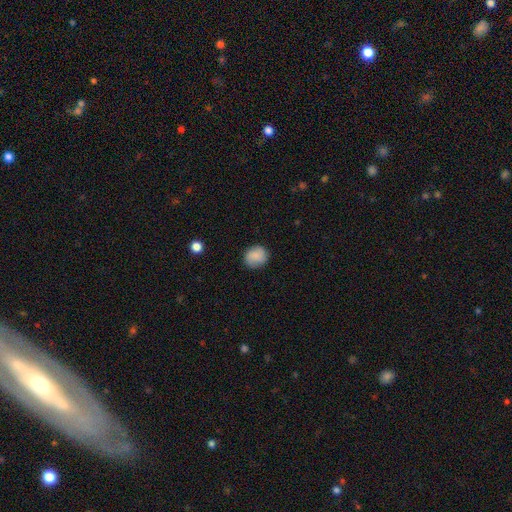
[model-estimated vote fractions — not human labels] smooth 86%, star or artifact 8%, featured or disk 6%. Down the decision tree: how rounded — round (76%); merging — none (84%).